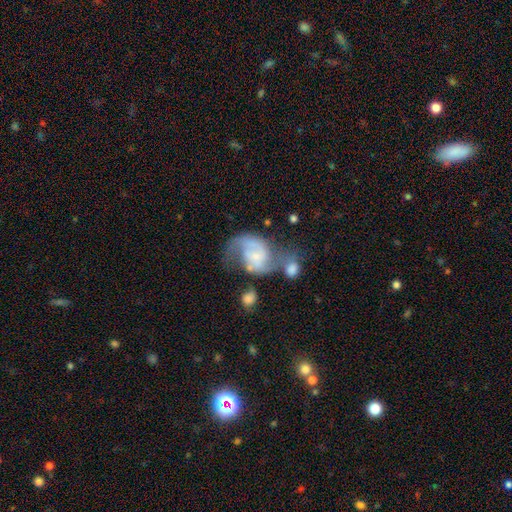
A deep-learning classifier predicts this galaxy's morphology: The model was most divided on "merging": merger: 32%, none: 29%, major disturbance: 23%, minor disturbance: 17%. Remaining: edge-on disk — no (98%); spiral arms — yes (91%); spiral arm count — 2 (83%); smooth or featured — featured or disk (77%); spiral winding — loose (52%); bar — no (51%); bulge size — small (44%).